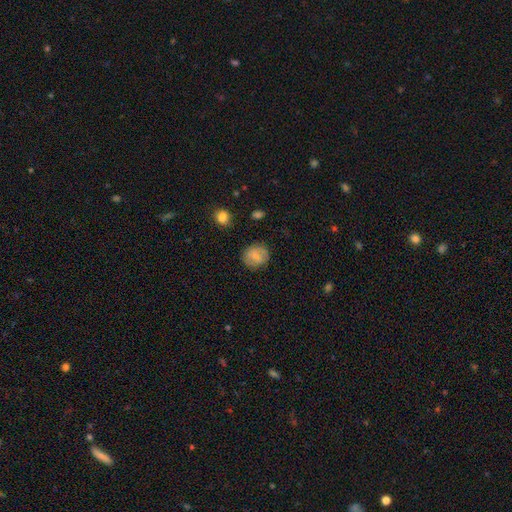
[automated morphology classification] type=smooth (62%); roundness=round (70%); merging=none (80%).